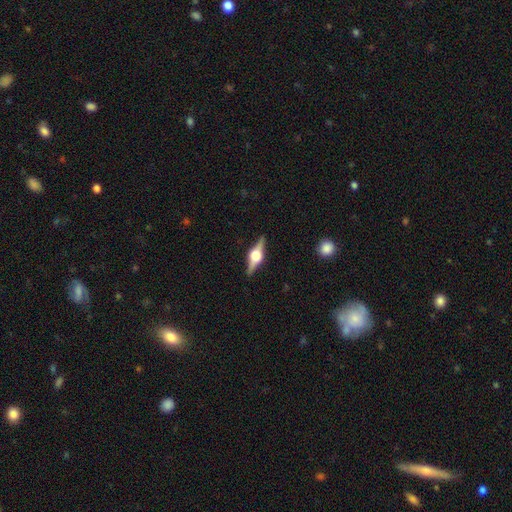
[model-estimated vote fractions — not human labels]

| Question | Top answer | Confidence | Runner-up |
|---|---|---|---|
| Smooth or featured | featured or disk | 83% | smooth (11%) |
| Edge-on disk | yes | 97% | no (3%) |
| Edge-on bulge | rounded | 94% | boxy (5%) |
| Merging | none | 89% | minor disturbance (8%) |